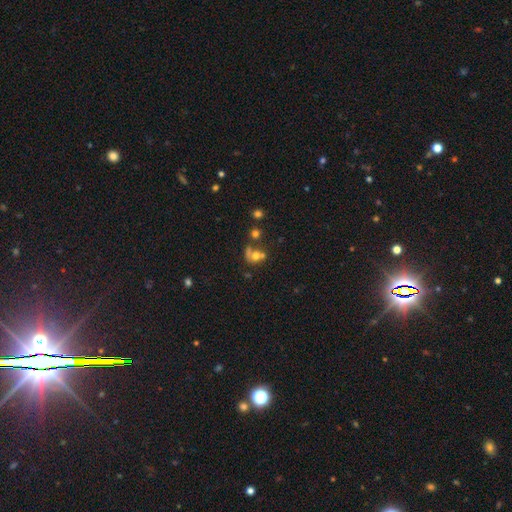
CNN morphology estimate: A smooth galaxy with no disk features (60%) that is round (60%).

Vote fractions:
- Smooth or featured? smooth: 60% / featured or disk: 24% / star or artifact: 16%
- How rounded? round: 60% / in between: 39% / cigar-shaped: 1%
- Merging? merger: 48% / none: 28% / major disturbance: 13% / minor disturbance: 11%